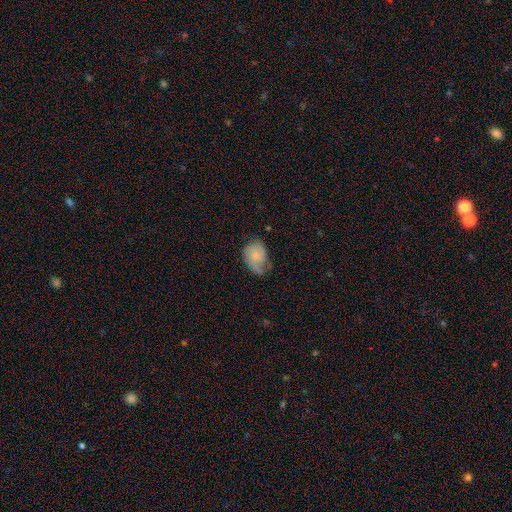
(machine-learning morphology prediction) Q: Smooth or featured?
A: smooth (53%); runner-up: featured or disk (40%)
Q: How rounded?
A: in between (75%); runner-up: round (24%)
Q: Merging?
A: none (44%); runner-up: minor disturbance (37%)